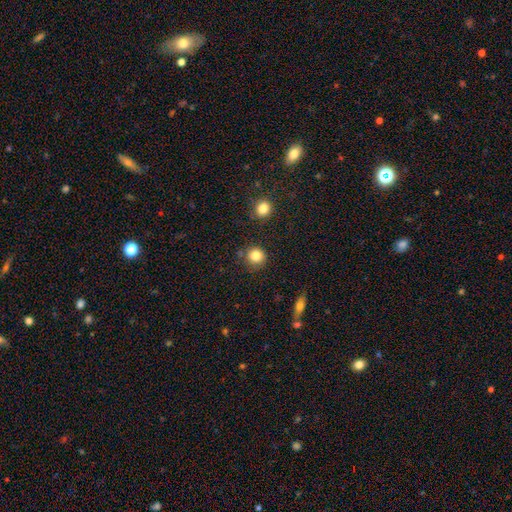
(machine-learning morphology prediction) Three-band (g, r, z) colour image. It shows a smooth galaxy with no disk features (84%) that is round (92%). Merging: none (85%).